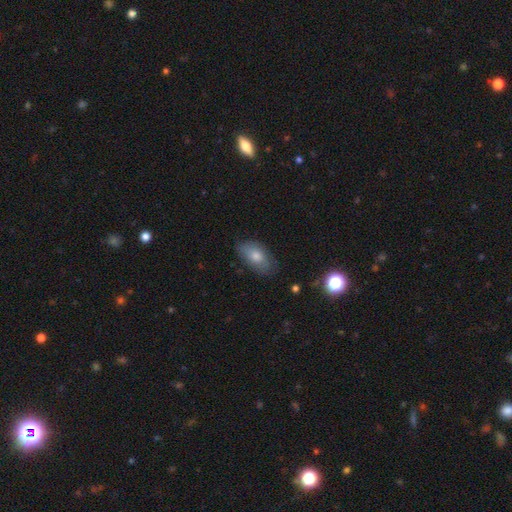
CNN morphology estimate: type=smooth (69%); roundness=in between (90%); merging=none (76%).